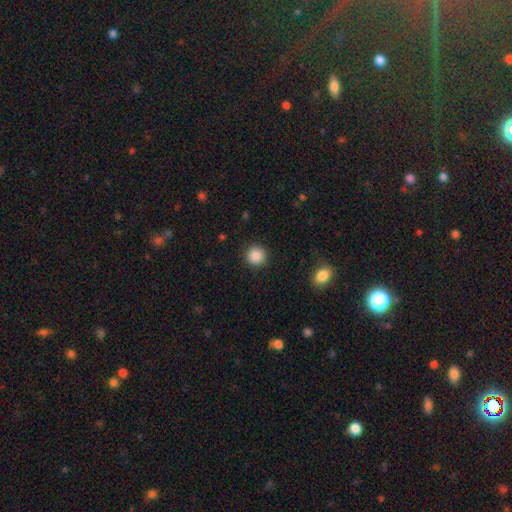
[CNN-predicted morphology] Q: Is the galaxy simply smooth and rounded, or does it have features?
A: smooth — 87%.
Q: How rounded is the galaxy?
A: round — 94%.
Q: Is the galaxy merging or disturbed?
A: none — 91%.